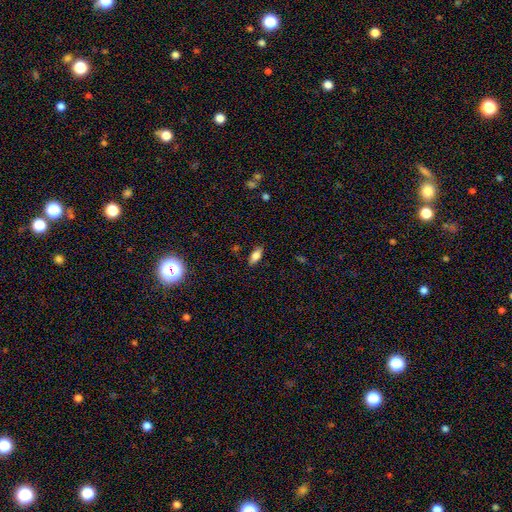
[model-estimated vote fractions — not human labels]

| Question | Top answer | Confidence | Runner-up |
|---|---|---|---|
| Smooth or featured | smooth | 80% | featured or disk (10%) |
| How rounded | in between | 85% | cigar-shaped (12%) |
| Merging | none | 84% | minor disturbance (12%) |